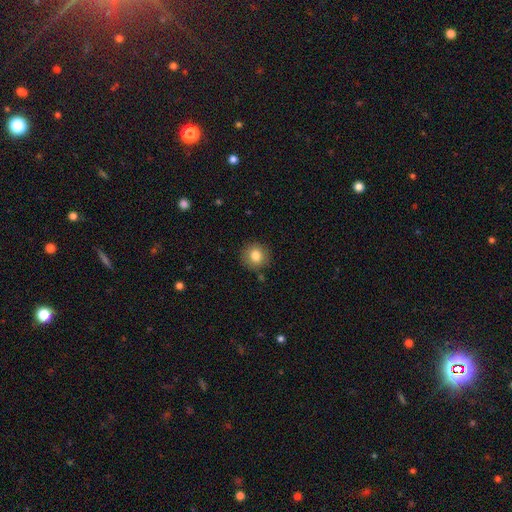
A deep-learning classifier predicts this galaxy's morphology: Overall: smooth (82%). How rounded: round (91%). Merging: none (88%).